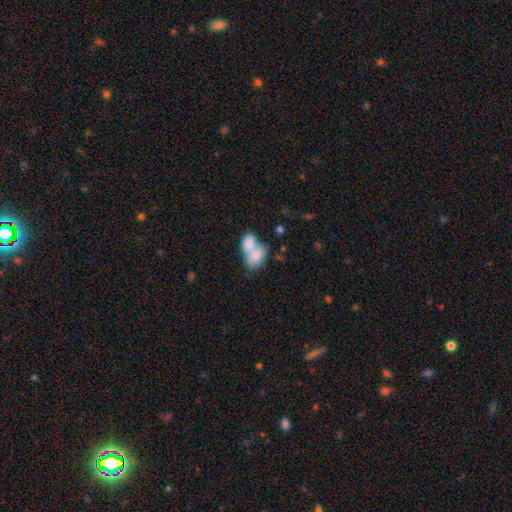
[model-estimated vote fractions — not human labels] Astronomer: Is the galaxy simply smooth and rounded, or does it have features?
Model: smooth — 77%.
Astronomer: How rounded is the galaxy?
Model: in between — 83%.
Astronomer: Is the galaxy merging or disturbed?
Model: merger — 73%.